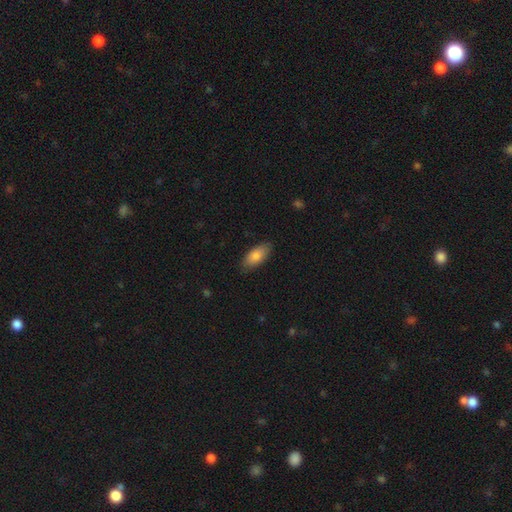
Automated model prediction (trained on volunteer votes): The model was most divided on "smooth or featured": smooth: 83%, featured or disk: 11%, star or artifact: 6%. More confident: how rounded — in between (88%); merging — none (85%).